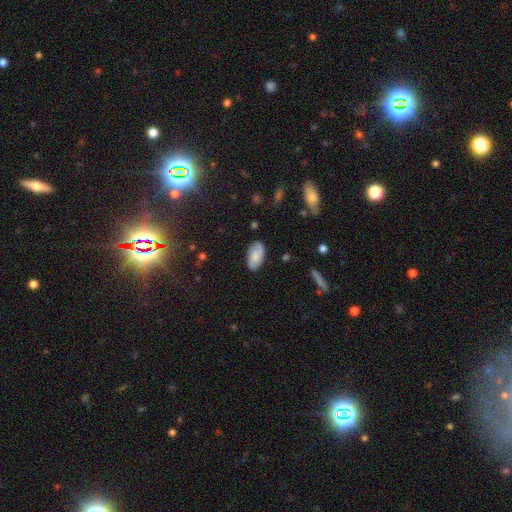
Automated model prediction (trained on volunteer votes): smooth-or-featured: smooth: 81% | featured or disk: 13% | star or artifact: 7%
  how-rounded: in between: 95% | round: 3% | cigar-shaped: 2%
  merging: none: 83% | minor disturbance: 13% | major disturbance: 3% | merger: 1%